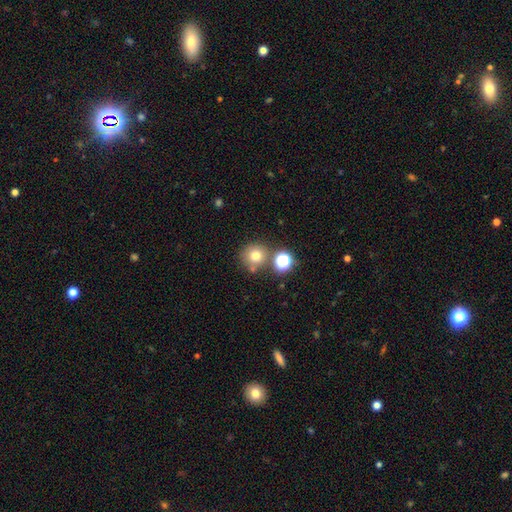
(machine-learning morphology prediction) The model was most divided on "merging": none: 68%, merger: 18%, minor disturbance: 10%, major disturbance: 4%. More confident: how rounded — round (90%); smooth or featured — smooth (73%).